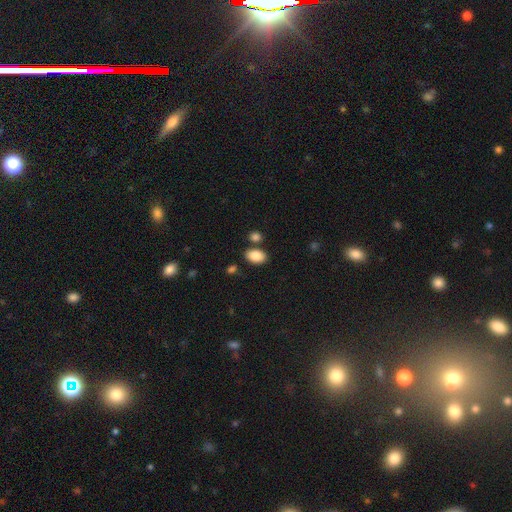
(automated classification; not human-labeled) Overall: smooth (88%). How rounded: in between (90%). Merging: none (77%).